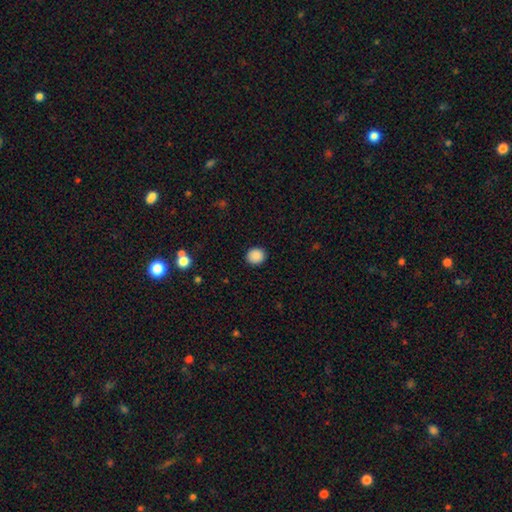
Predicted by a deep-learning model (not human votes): A smooth galaxy with no disk features (89%) that is round (80%).

Vote fractions:
- Smooth or featured? smooth: 89% / star or artifact: 9% / featured or disk: 3%
- How rounded? round: 80% / in between: 19% / cigar-shaped: 1%
- Merging? none: 91% / minor disturbance: 6% / major disturbance: 2% / merger: 1%